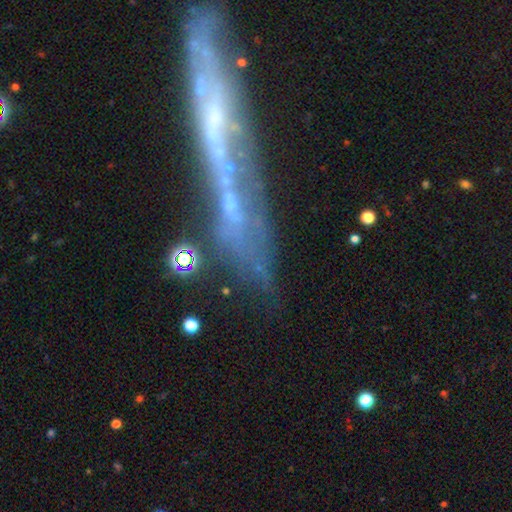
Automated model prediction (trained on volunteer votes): Morphology: type=featured or disk (62%); edge-on=yes (59%); merging=none (56%).